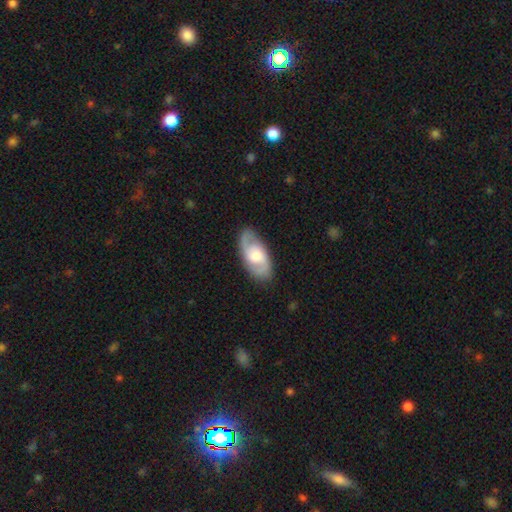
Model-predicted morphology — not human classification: This is likely a featured or disk galaxy (74%). It is clearly not viewed edge-on (93%). Bar: possibly no (54%). Spiral arm pattern: clearly yes (91%). Spiral arm count: clearly 2 (87%). Spiral winding: possibly medium (50%). Central bulge: possibly moderate (58%). Merging: clearly none (84%).